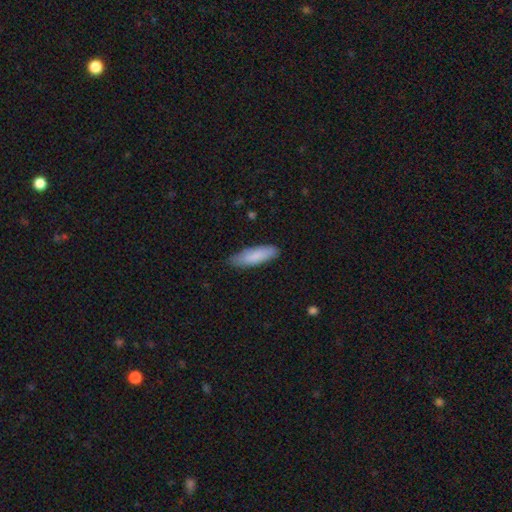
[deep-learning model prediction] This appears to be a smooth galaxy with no disk features (86%) that is cigar-shaped (52%). Merging: none (81%).